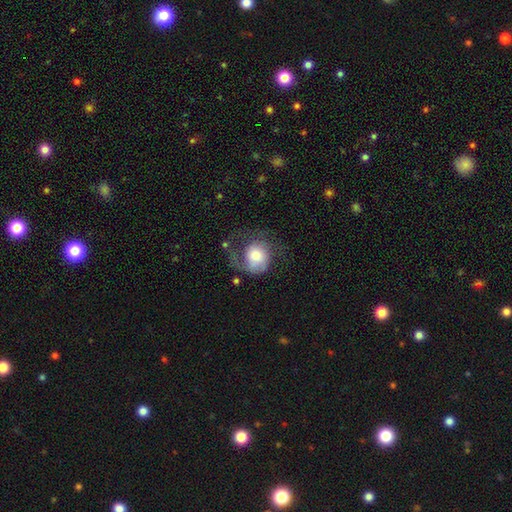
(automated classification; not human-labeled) Smooth or featured?
  - smooth: 51% *
  - featured or disk: 41%
  - star or artifact: 7%
How rounded?
  - round: 73% *
  - in between: 26%
  - cigar-shaped: 1%
Merging?
  - major disturbance: 42% *
  - none: 33%
  - minor disturbance: 21%
  - merger: 3%